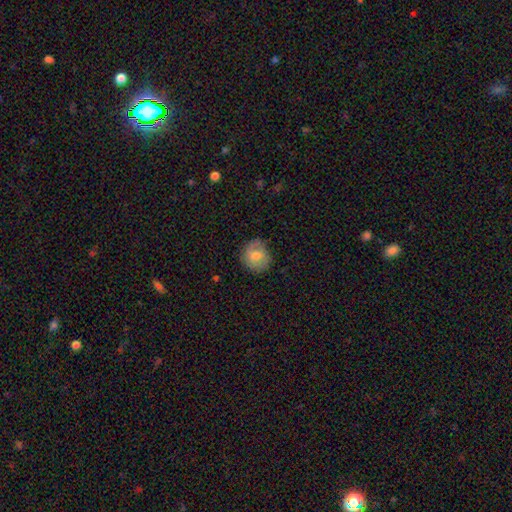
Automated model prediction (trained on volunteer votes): smooth 67%, featured or disk 25%, star or artifact 8%. Down the decision tree: how rounded — round (83%); merging — none (71%).